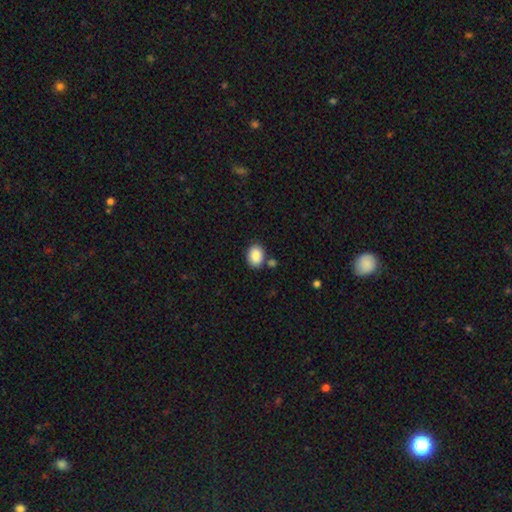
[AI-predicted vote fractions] A smooth galaxy with no disk features (89%) that is in between round and cigar-shaped (73%).

Vote fractions:
- Smooth or featured? smooth: 89% / star or artifact: 7% / featured or disk: 4%
- How rounded? in between: 73% / round: 27% / cigar-shaped: 1%
- Merging? none: 77% / minor disturbance: 11% / merger: 9% / major disturbance: 3%